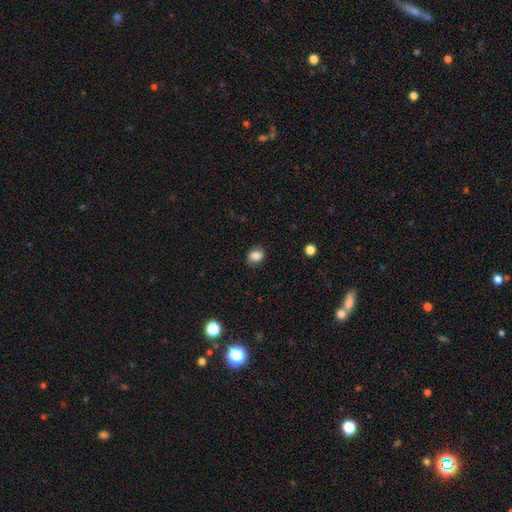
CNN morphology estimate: Overall: smooth (83%). How rounded: in between (53%; round 46%). Merging: none (82%).